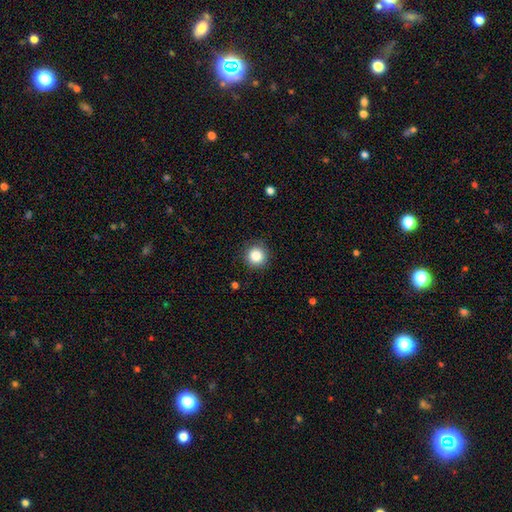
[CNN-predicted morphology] Smooth or featured: smooth — 85% (star or artifact — 10%)
How rounded: round — 94% (in between — 5%)
Merging: none — 89% (minor disturbance — 7%)